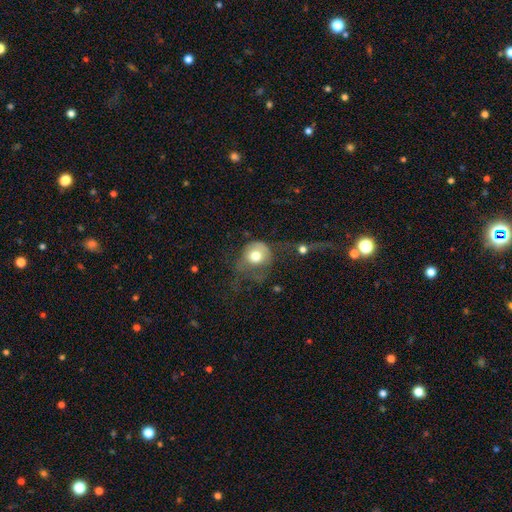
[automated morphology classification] A smooth galaxy with no disk features (66%) that is round (77%). Merging: major disturbance (47%).